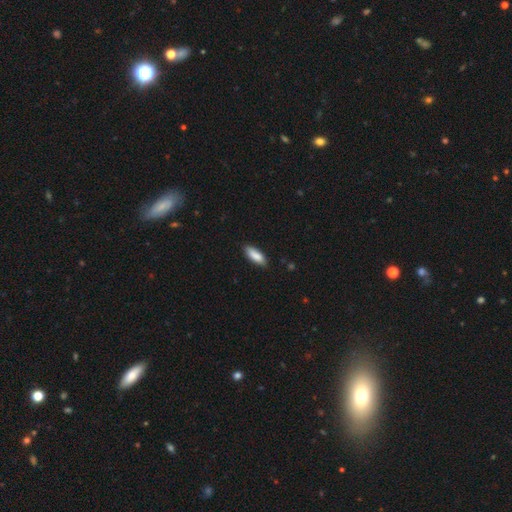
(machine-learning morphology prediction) Smooth or featured? smooth (87%)
How rounded? in between (63%)
Merging? none (85%)